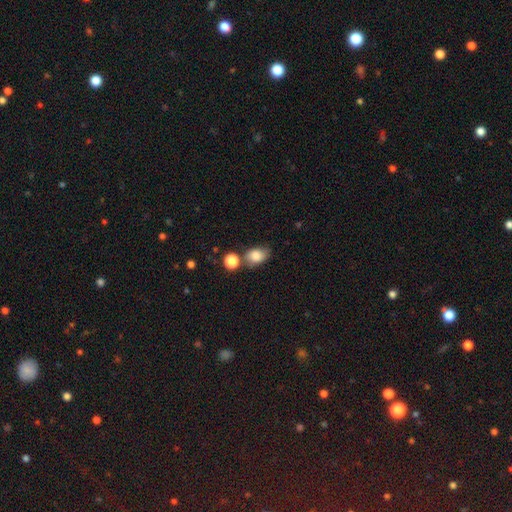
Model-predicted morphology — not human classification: The model was most divided on "merging": none: 58%, minor disturbance: 19%, merger: 17%, major disturbance: 5%. More confident: smooth or featured — smooth (81%); how rounded — in between (77%).